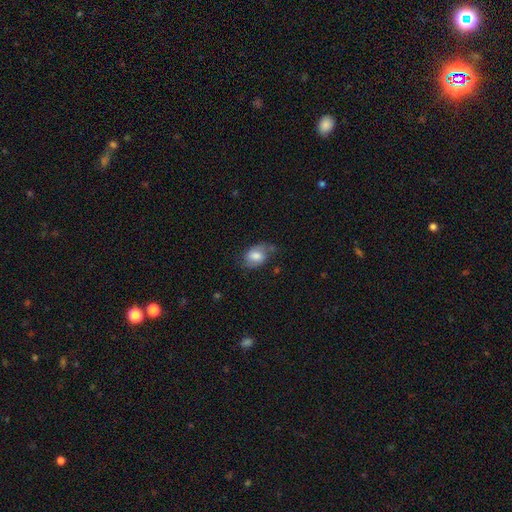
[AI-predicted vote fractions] Smooth or featured?
  - smooth: 60% *
  - featured or disk: 32%
  - star or artifact: 8%
How rounded?
  - in between: 78% *
  - round: 21%
  - cigar-shaped: 1%
Merging?
  - none: 52% *
  - minor disturbance: 31%
  - major disturbance: 15%
  - merger: 3%